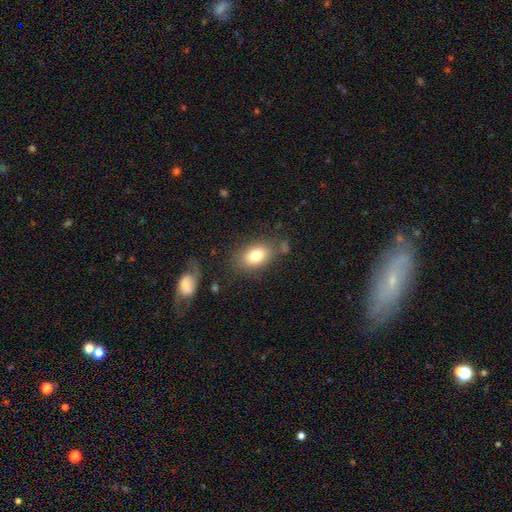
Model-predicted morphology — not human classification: Smooth or featured? Predicted: smooth (p=0.81). How rounded? Predicted: in between (p=0.85). Merging? Predicted: none (p=0.76).